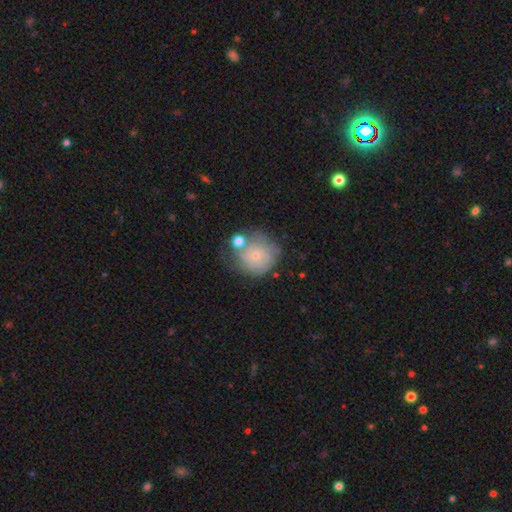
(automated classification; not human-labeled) This is possibly a smooth galaxy (55%). How rounded: clearly round (88%). Merging: possibly none (50%).